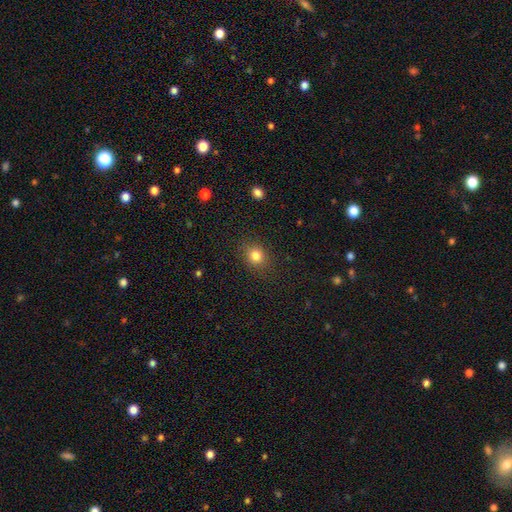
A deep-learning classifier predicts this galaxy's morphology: This is clearly a smooth galaxy (82%). How rounded: likely round (73%). Merging: clearly none (86%).